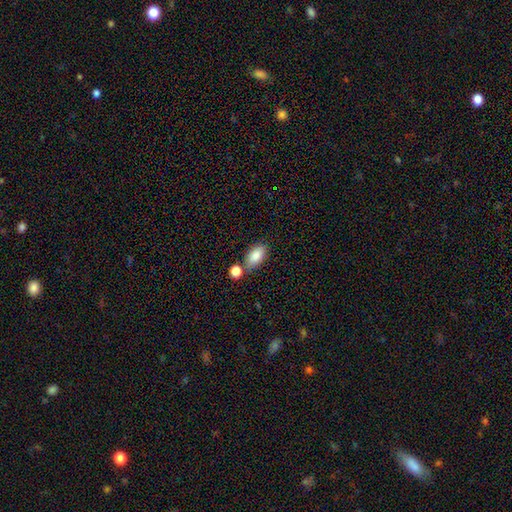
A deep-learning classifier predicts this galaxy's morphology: Smooth or featured? smooth (85%)
How rounded? in between (90%)
Merging? none (64%)